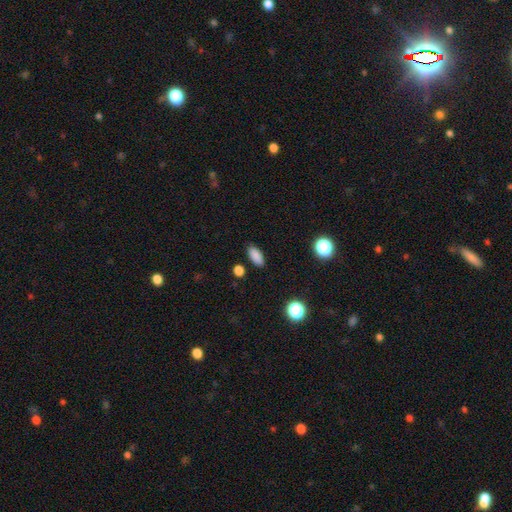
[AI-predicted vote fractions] Morphology: type=smooth (86%); roundness=in between (87%); merging=none (87%).